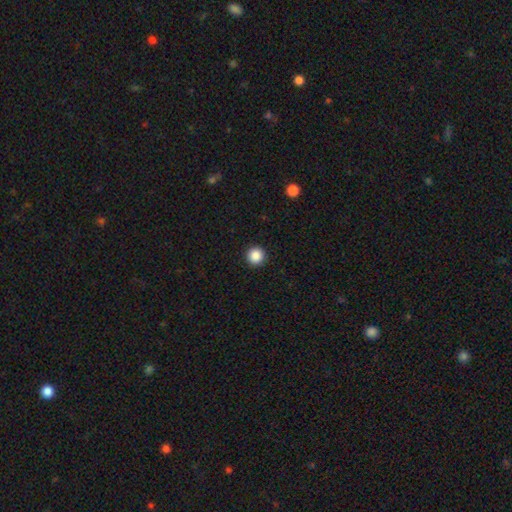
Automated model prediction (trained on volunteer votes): Q: Smooth or featured?
A: smooth (88%); runner-up: star or artifact (10%)
Q: How rounded?
A: round (96%); runner-up: in between (3%)
Q: Merging?
A: none (93%); runner-up: minor disturbance (4%)